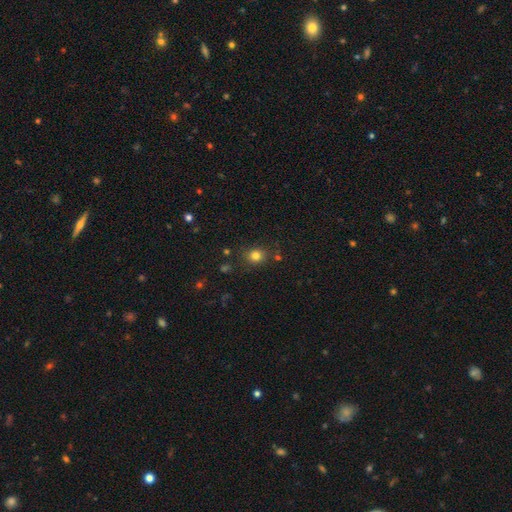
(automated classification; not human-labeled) Overall: smooth (80%). How rounded: round (73%). Merging: none (82%).